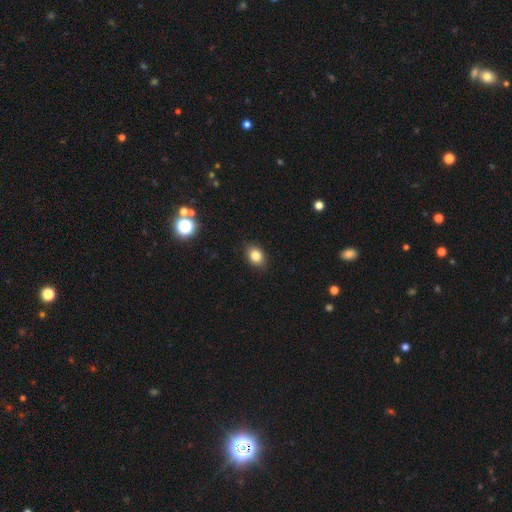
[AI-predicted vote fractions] smooth-or-featured: smooth: 82% | star or artifact: 11% | featured or disk: 7%
  how-rounded: in between: 71% | round: 28% | cigar-shaped: 1%
  merging: none: 88% | minor disturbance: 9% | major disturbance: 2% | merger: 1%